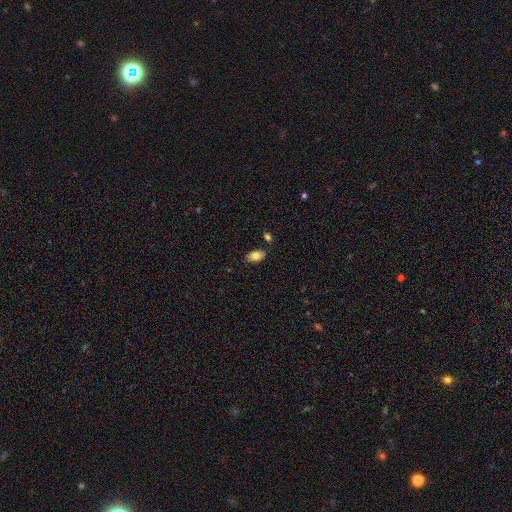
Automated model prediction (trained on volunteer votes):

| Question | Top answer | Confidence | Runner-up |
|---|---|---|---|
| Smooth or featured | smooth | 80% | featured or disk (13%) |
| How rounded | in between | 93% | round (4%) |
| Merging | none | 82% | minor disturbance (12%) |